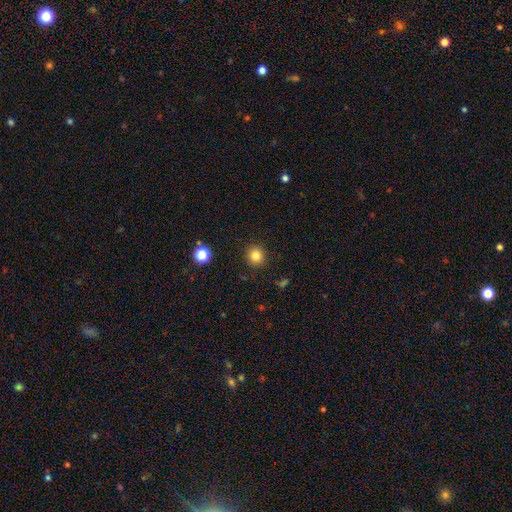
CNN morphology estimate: Smooth or featured: smooth — 83% (star or artifact — 12%)
How rounded: round — 90% (in between — 9%)
Merging: none — 91% (minor disturbance — 6%)